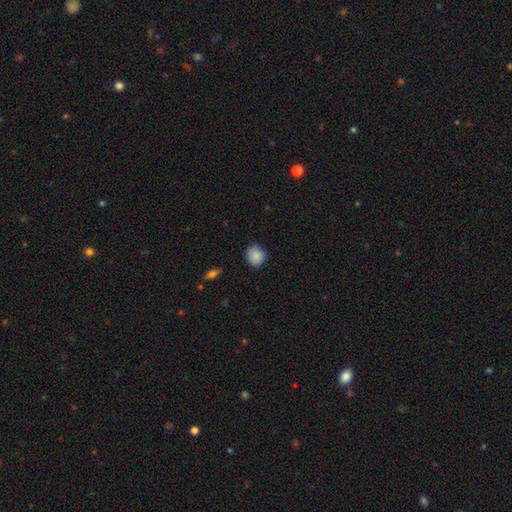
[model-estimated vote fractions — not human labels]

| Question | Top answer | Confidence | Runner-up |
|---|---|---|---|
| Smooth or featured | smooth | 87% | star or artifact (8%) |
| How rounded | round | 74% | in between (25%) |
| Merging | none | 80% | minor disturbance (17%) |